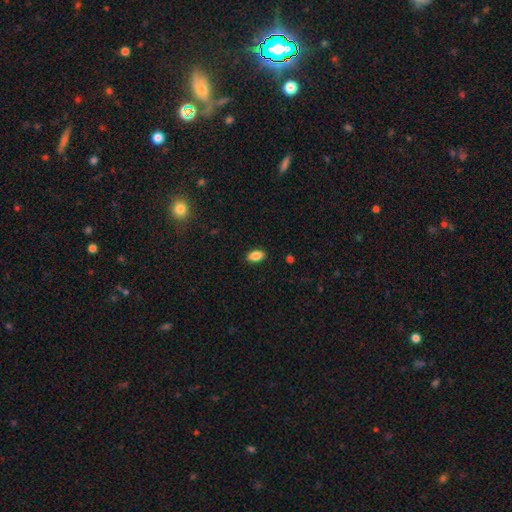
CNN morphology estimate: smooth_or_featured: smooth (p=0.87) [alt: star or artifact p=0.08]
how_rounded: in between (p=0.90) [alt: round p=0.08]
merging: none (p=0.88) [alt: minor disturbance p=0.09]